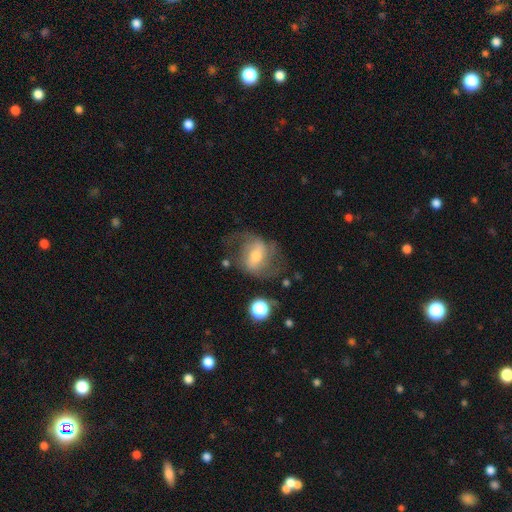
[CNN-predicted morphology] This is likely a featured or disk galaxy (73%). It is clearly not viewed edge-on (96%). Bar: possibly weak (47%). Spiral arm pattern: clearly yes (89%). Spiral arm count: likely 2 (73%). Spiral winding: marginally medium (44%). Central bulge: possibly moderate (56%). Merging: possibly none (55%).